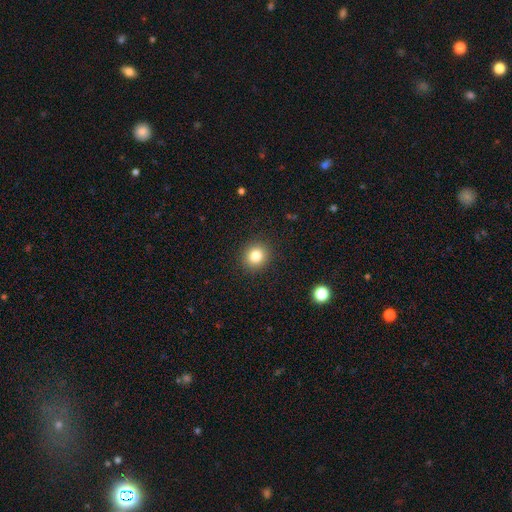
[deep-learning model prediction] smooth 82%, star or artifact 11%, featured or disk 7%. Down the decision tree: how rounded — round (86%); merging — none (91%).